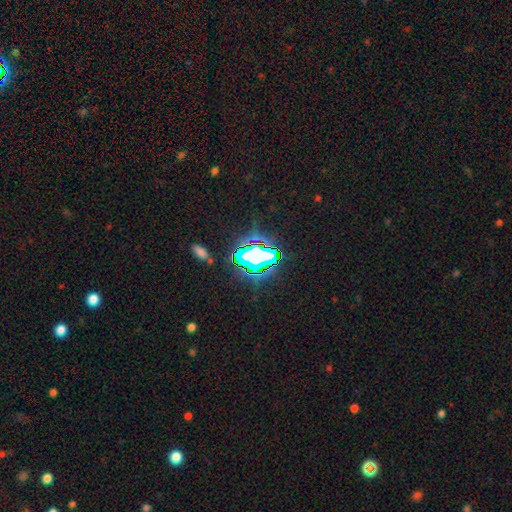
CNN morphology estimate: Smooth or featured: star or artifact — 67% (smooth — 19%)